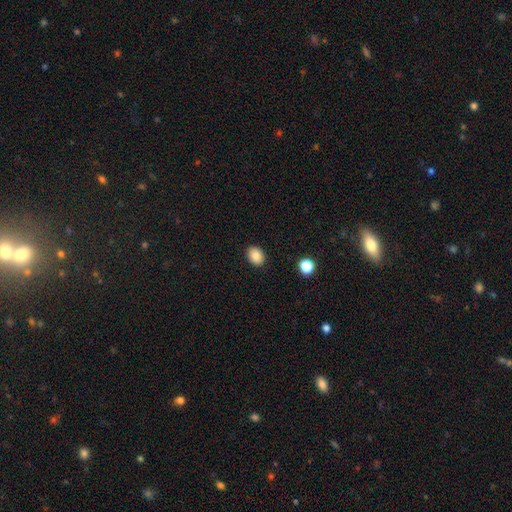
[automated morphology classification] Smooth or featured: smooth — 84% (star or artifact — 9%)
How rounded: in between — 62% (round — 38%)
Merging: none — 90% (minor disturbance — 7%)